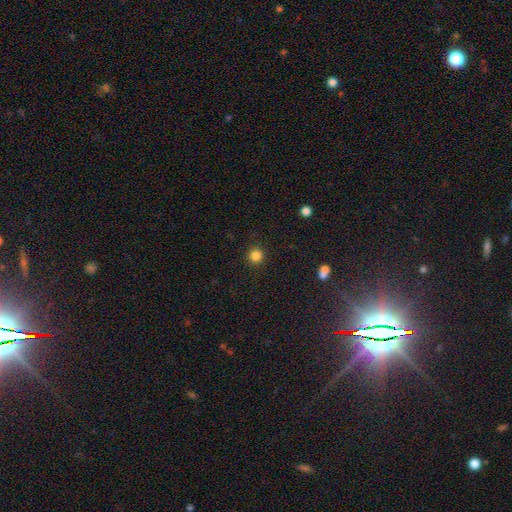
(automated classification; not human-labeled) smooth_or_featured: smooth (p=0.84) [alt: star or artifact p=0.12]
how_rounded: round (p=0.94) [alt: in between p=0.05]
merging: none (p=0.91) [alt: minor disturbance p=0.05]